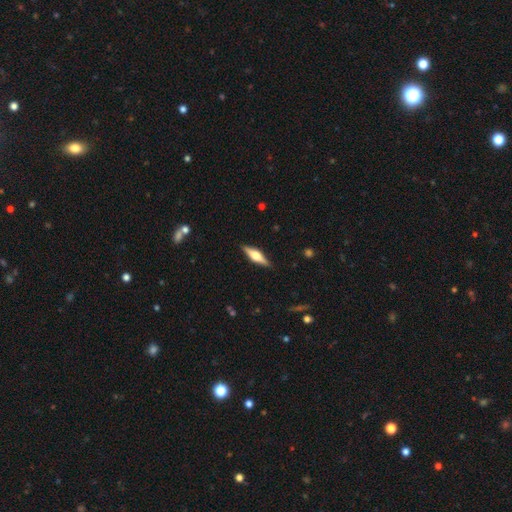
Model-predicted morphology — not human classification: Smooth or featured?
  - featured or disk: 62% *
  - smooth: 32%
  - star or artifact: 6%
Edge-on disk?
  - yes: 96% *
  - no: 4%
Edge-on bulge?
  - rounded: 91% *
  - boxy: 7%
  - none: 2%
Merging?
  - none: 89% *
  - minor disturbance: 8%
  - major disturbance: 2%
  - merger: 1%